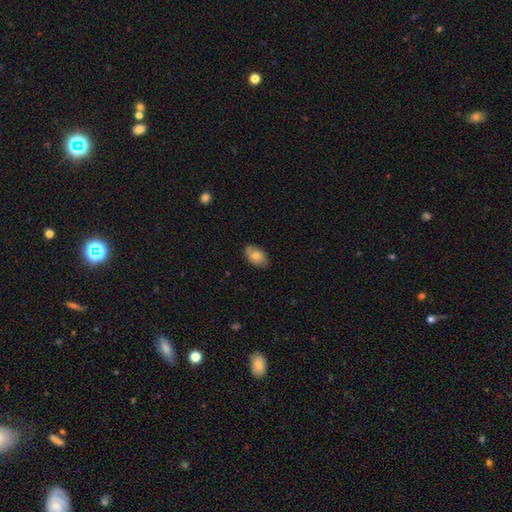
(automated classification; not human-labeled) A smooth galaxy with no disk features (72%) that is in between round and cigar-shaped (91%). Merging: none (80%).